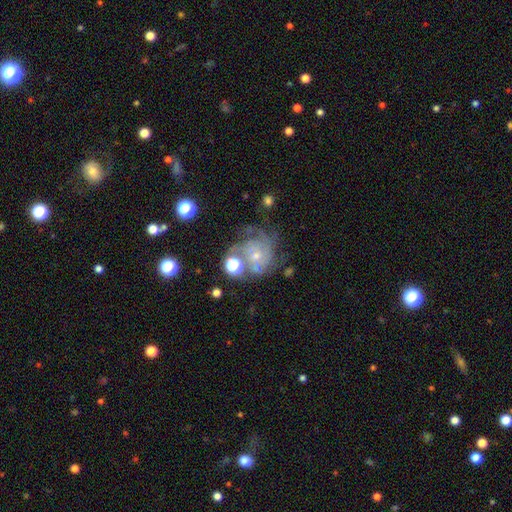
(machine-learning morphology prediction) This appears to be a featured or disk galaxy (61%) with no bar (80%), spiral arms (75%) and a small central bulge (60%). Merging: none (42%).